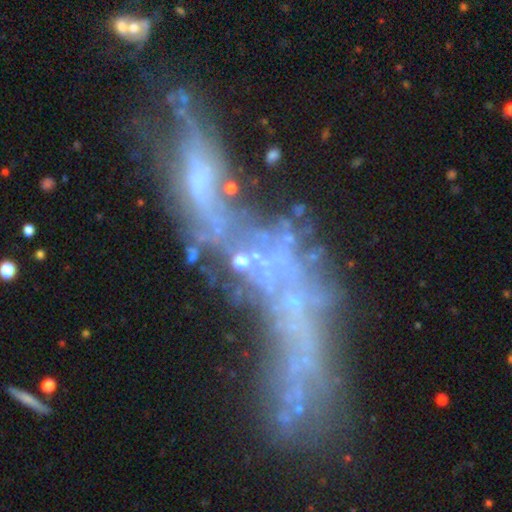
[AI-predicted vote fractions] Smooth or featured? Predicted: featured or disk (p=0.44). Merging? Predicted: none (p=0.33).